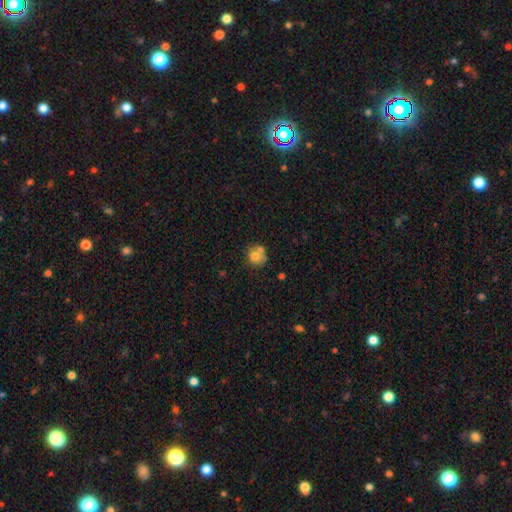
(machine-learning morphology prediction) smooth 74%, featured or disk 16%, star or artifact 10%. Down the decision tree: how rounded — round (81%); merging — none (49%).